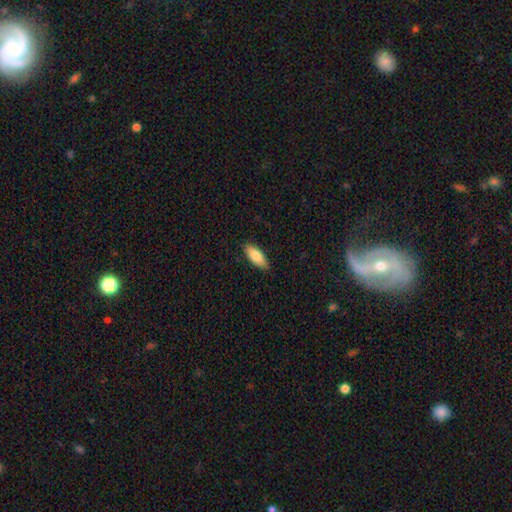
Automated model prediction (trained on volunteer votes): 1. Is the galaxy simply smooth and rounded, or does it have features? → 80% smooth, 14% featured or disk, 6% star or artifact.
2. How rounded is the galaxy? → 75% in between, 23% cigar-shaped, 2% round.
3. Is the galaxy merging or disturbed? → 87% none, 10% minor disturbance, 2% major disturbance, 1% merger.